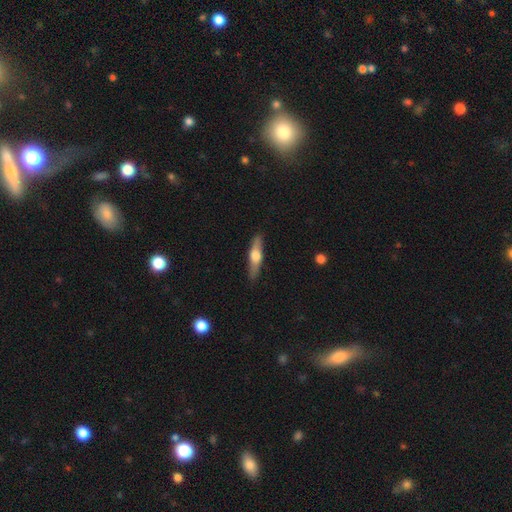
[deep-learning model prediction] Smooth or featured?
  - featured or disk: 54% *
  - smooth: 41%
  - star or artifact: 5%
Edge-on disk?
  - yes: 93% *
  - no: 7%
Edge-on bulge?
  - rounded: 92% *
  - boxy: 5%
  - none: 3%
Merging?
  - none: 89% *
  - minor disturbance: 8%
  - major disturbance: 2%
  - merger: 1%